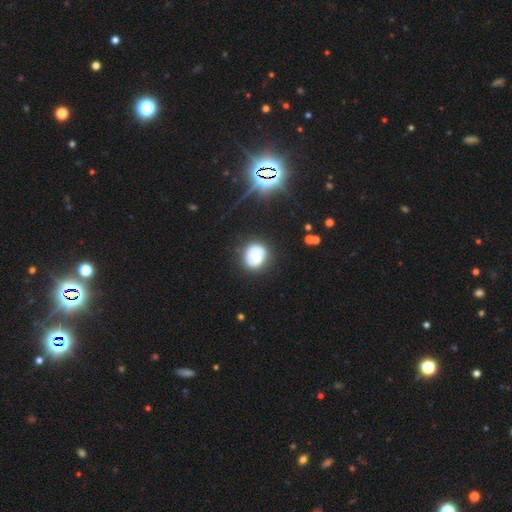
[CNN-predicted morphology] Smooth or featured? smooth (60%)
How rounded? round (70%)
Merging? none (66%)